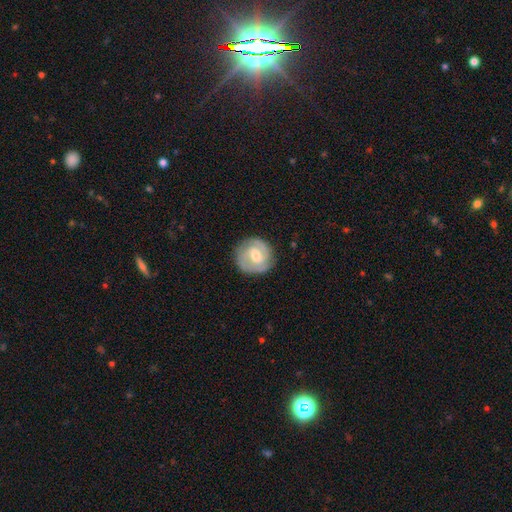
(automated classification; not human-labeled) This appears to be a featured or disk galaxy (77%) with a weak bar (56%), 2 (71%) tight (53%) spiral arms (94%) and a moderate central bulge (60%). Merging: none (83%).